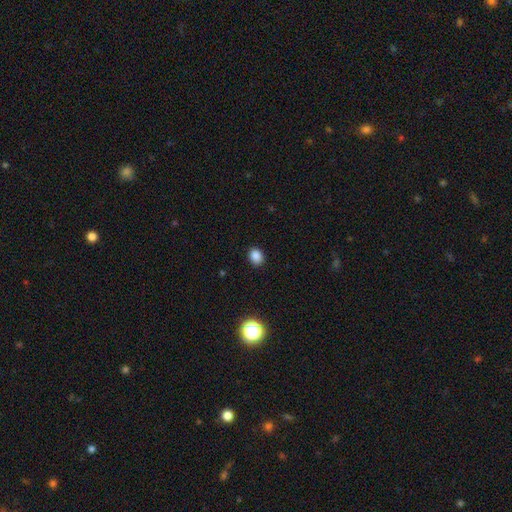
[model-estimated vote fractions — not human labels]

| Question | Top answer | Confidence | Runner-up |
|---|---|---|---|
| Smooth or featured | smooth | 84% | star or artifact (12%) |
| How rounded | round | 51% | in between (48%) |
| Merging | none | 89% | minor disturbance (8%) |